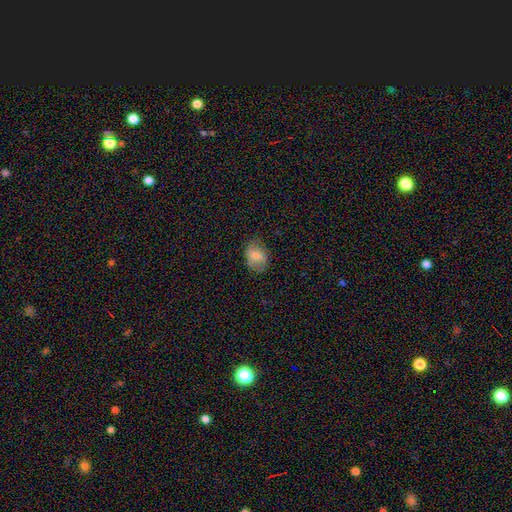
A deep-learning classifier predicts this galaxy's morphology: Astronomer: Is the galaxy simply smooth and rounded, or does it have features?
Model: smooth — 76%.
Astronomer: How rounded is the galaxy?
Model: in between — 72%.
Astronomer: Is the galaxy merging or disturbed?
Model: none — 69%.